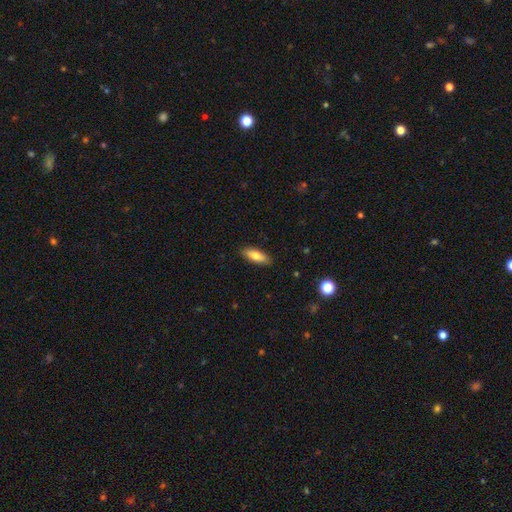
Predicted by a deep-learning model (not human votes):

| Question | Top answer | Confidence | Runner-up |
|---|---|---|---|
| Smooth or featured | smooth | 74% | featured or disk (19%) |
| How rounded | in between | 66% | cigar-shaped (32%) |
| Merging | none | 88% | minor disturbance (9%) |